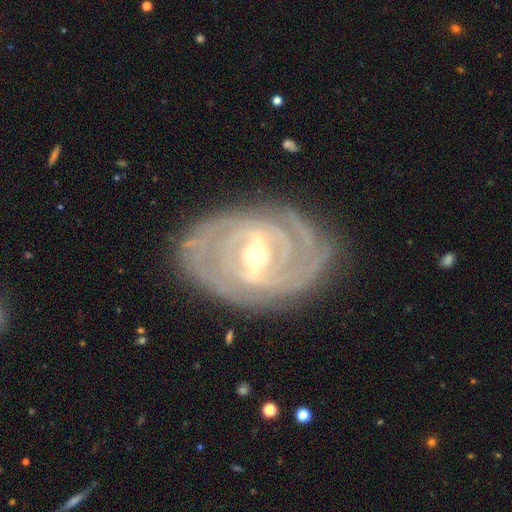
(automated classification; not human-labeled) Morphology: type=featured or disk (90%); edge-on=no (96%); bar=strong (53%); spiral arms=yes (97%); winding=tight (77%); arm count=can't tell (24%); bulge=moderate (52%); merging=none (81%).